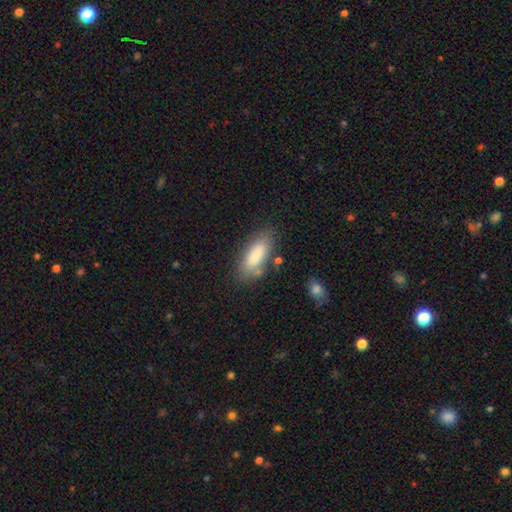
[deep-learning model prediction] This is clearly a smooth galaxy (84%). How rounded: likely in between (73%). Merging: likely none (74%).